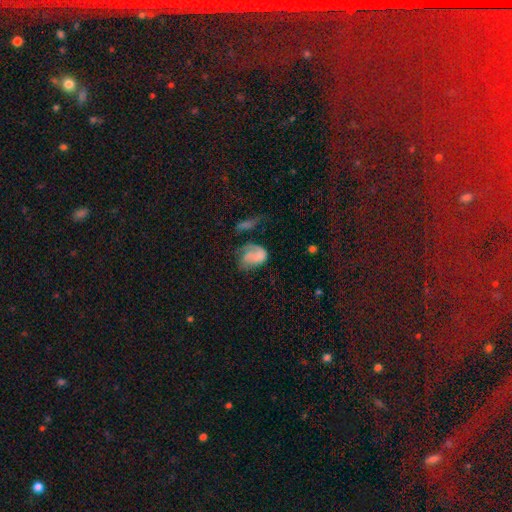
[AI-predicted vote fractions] smooth 49%, featured or disk 41%, star or artifact 10%. Down the decision tree: merging — major disturbance (43%).